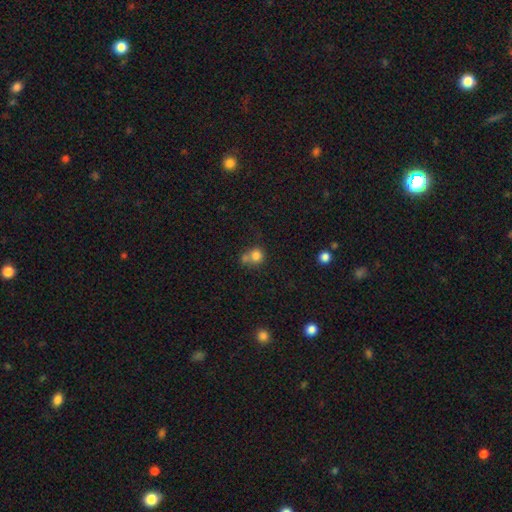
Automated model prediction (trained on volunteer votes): smooth-or-featured: smooth: 79% | star or artifact: 12% | featured or disk: 9%
  how-rounded: round: 84% | in between: 15% | cigar-shaped: 1%
  merging: none: 43% | merger: 40% | minor disturbance: 11% | major disturbance: 5%